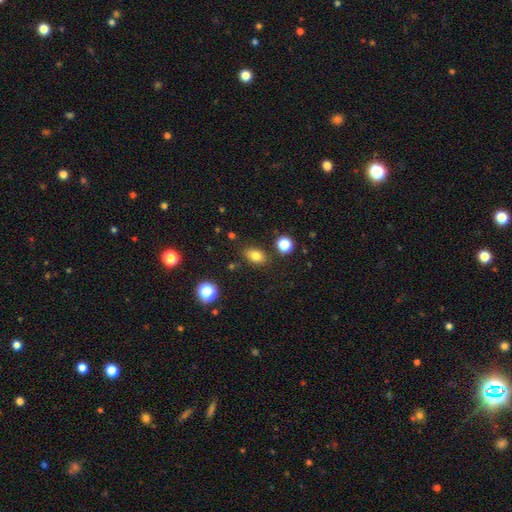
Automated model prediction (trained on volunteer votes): Smooth or featured?
  - smooth: 80% *
  - star or artifact: 12%
  - featured or disk: 8%
How rounded?
  - in between: 81% *
  - round: 17%
  - cigar-shaped: 2%
Merging?
  - none: 82% *
  - minor disturbance: 11%
  - merger: 4%
  - major disturbance: 3%